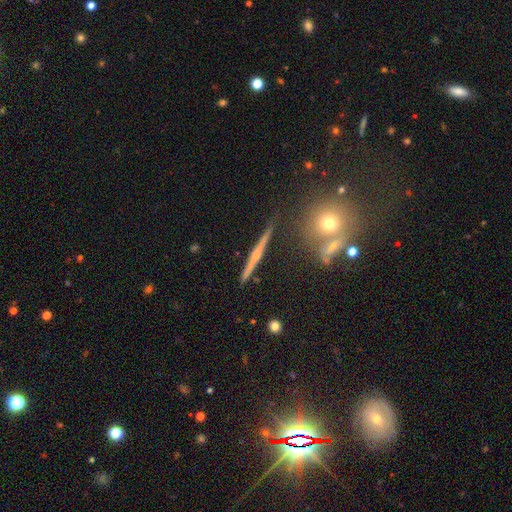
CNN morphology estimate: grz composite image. It shows a featured or disk galaxy (72%) viewed edge-on (97%) with a rounded central bulge (66%). Merging: none (88%).